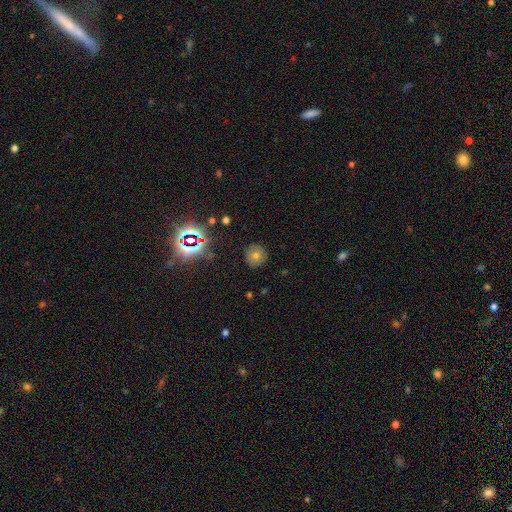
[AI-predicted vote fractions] Smooth or featured: smooth — 51% (star or artifact — 31%)
How rounded: round — 91% (in between — 8%)
Merging: none — 86% (minor disturbance — 10%)